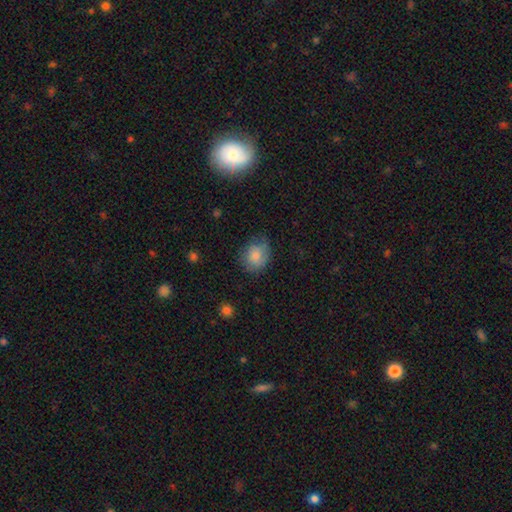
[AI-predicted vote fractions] A smooth galaxy with no disk features (80%) that is round (62%).

Vote fractions:
- Smooth or featured? smooth: 80% / featured or disk: 12% / star or artifact: 8%
- How rounded? round: 62% / in between: 37% / cigar-shaped: 1%
- Merging? none: 64% / minor disturbance: 26% / major disturbance: 8% / merger: 2%